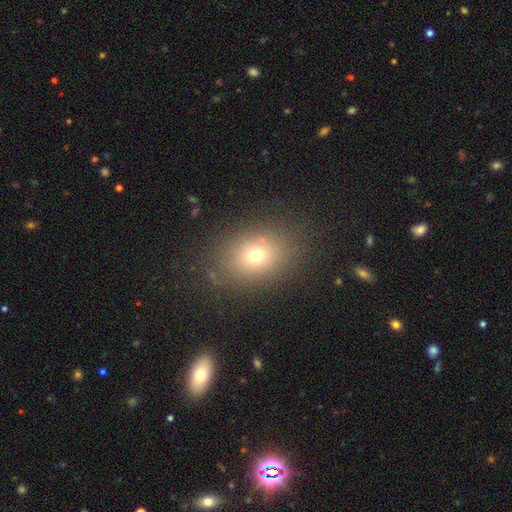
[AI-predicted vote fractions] Morphology: type=smooth (70%); roundness=in between (64%); merging=none (82%).